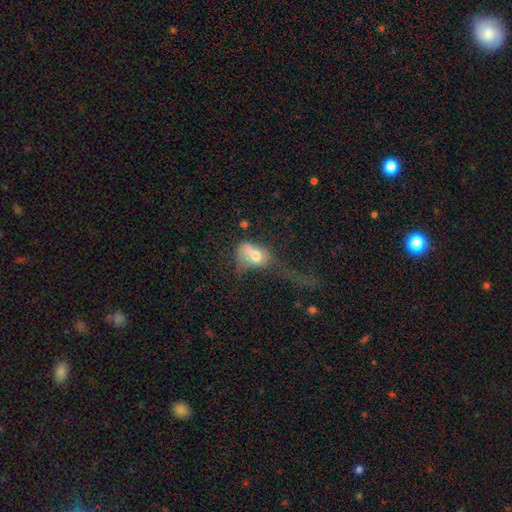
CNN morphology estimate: A smooth galaxy with no disk features (64%) that is in between round and cigar-shaped (72%).

Vote fractions:
- Smooth or featured? smooth: 64% / featured or disk: 26% / star or artifact: 11%
- How rounded? in between: 72% / round: 24% / cigar-shaped: 4%
- Merging? major disturbance: 56% / minor disturbance: 15% / none: 15% / merger: 14%